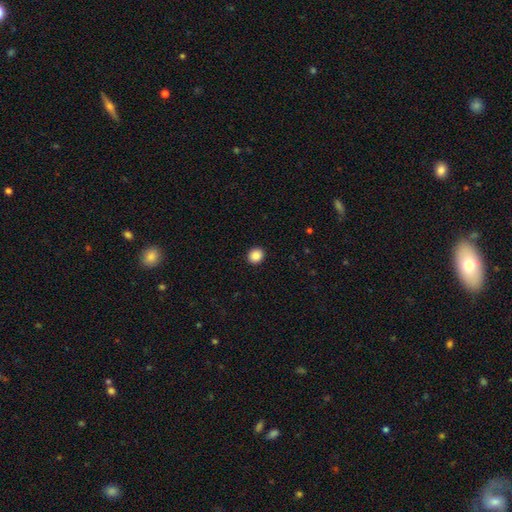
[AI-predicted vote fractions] Overall: smooth (88%). How rounded: round (79%). Merging: none (93%).